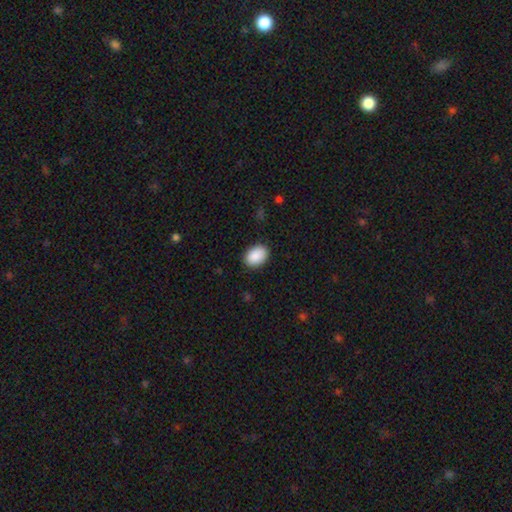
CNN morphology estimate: type=smooth (90%); roundness=in between (81%); merging=none (88%).